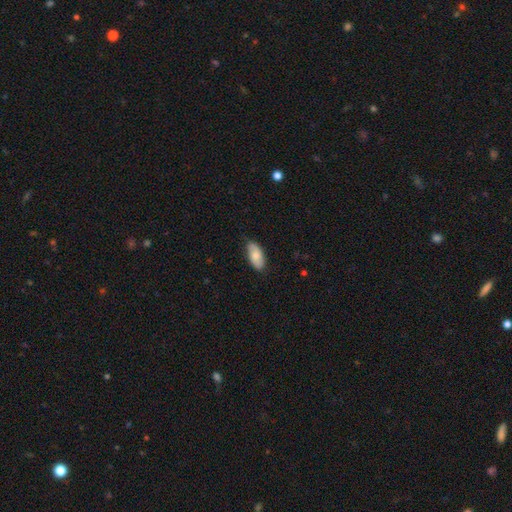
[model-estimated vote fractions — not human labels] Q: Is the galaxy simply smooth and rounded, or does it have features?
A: smooth — 73%.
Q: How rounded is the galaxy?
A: in between — 91%.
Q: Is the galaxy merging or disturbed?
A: none — 79%.